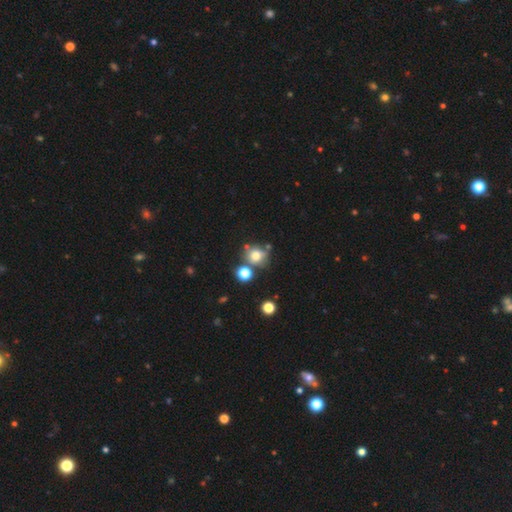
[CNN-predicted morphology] A smooth galaxy with no disk features (72%) that is round (79%).

Vote fractions:
- Smooth or featured? smooth: 72% / star or artifact: 15% / featured or disk: 12%
- How rounded? round: 79% / in between: 20% / cigar-shaped: 1%
- Merging? none: 61% / merger: 19% / minor disturbance: 14% / major disturbance: 6%